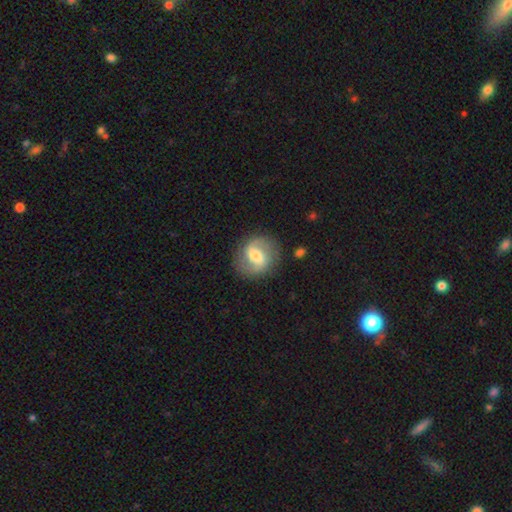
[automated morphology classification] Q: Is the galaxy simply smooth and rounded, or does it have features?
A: featured or disk — 67%.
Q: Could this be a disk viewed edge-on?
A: no — 96%.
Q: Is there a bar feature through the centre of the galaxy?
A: weak — 47%.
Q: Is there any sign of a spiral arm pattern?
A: yes — 82%.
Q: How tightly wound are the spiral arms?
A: medium — 44%.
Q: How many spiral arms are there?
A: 2 — 87%.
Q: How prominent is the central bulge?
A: moderate — 57%.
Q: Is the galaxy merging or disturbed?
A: none — 82%.